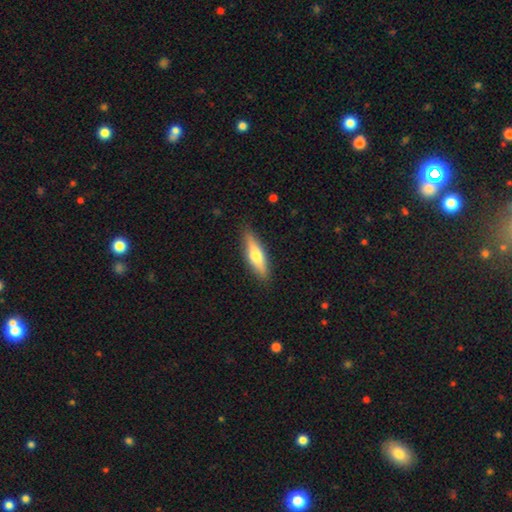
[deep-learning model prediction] This appears to be a smooth galaxy with no disk features (52%) that is cigar-shaped (69%). Merging: none (88%).